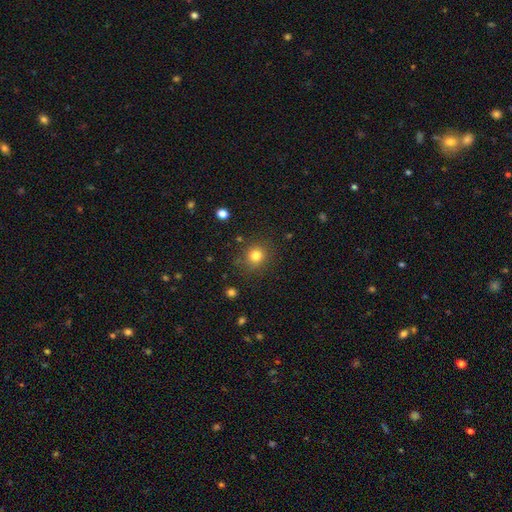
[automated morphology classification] Overall: smooth (80%). How rounded: round (85%). Merging: none (84%).